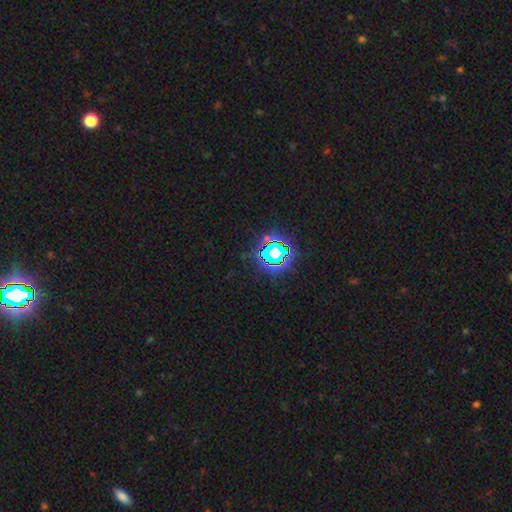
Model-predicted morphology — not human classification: Smooth or featured? star or artifact (79%)